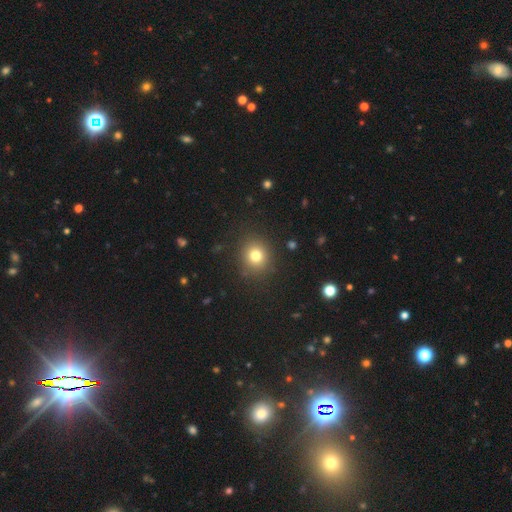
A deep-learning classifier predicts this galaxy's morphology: This is likely a smooth galaxy (78%). How rounded: clearly round (85%). Merging: clearly none (88%).